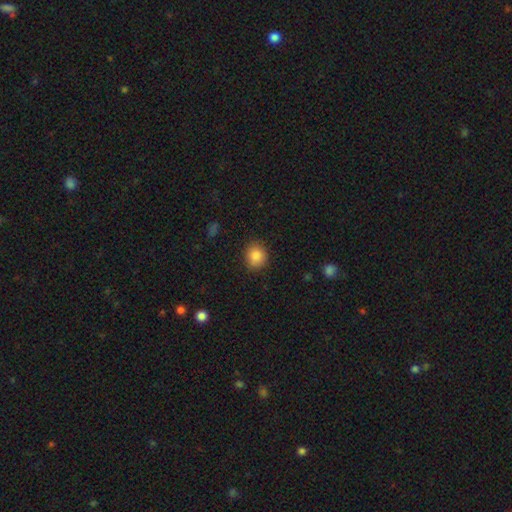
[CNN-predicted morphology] This appears to be a smooth galaxy with no disk features (87%) that is round (80%). Merging: none (85%).